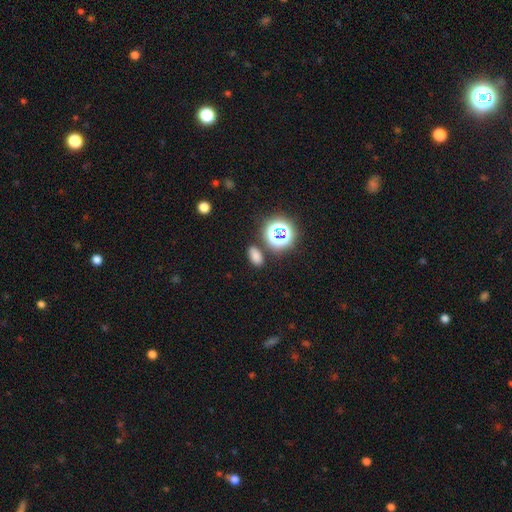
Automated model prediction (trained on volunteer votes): Q: Smooth or featured?
A: smooth (70%); runner-up: star or artifact (24%)
Q: How rounded?
A: in between (84%); runner-up: round (13%)
Q: Merging?
A: none (82%); runner-up: minor disturbance (10%)